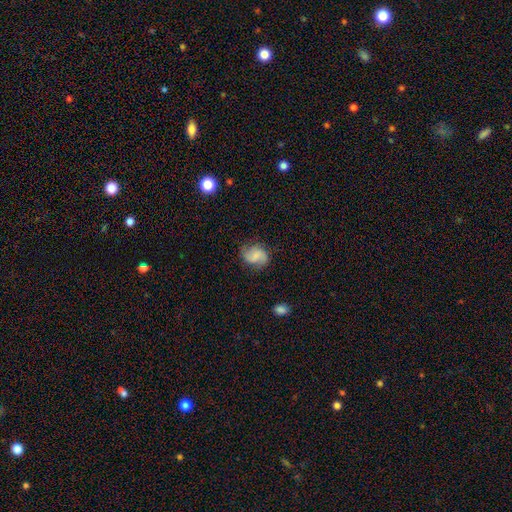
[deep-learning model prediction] smooth-or-featured: smooth: 52% | featured or disk: 39% | star or artifact: 9%
  how-rounded: in between: 55% | round: 44% | cigar-shaped: 1%
  merging: none: 67% | minor disturbance: 23% | major disturbance: 9% | merger: 1%